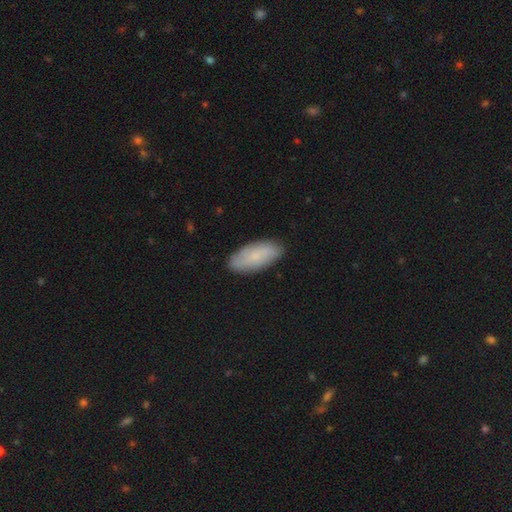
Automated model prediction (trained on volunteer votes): smooth-or-featured: smooth: 73% | featured or disk: 21% | star or artifact: 7%
  how-rounded: in between: 86% | cigar-shaped: 12% | round: 2%
  merging: none: 86% | minor disturbance: 11% | major disturbance: 2% | merger: 1%